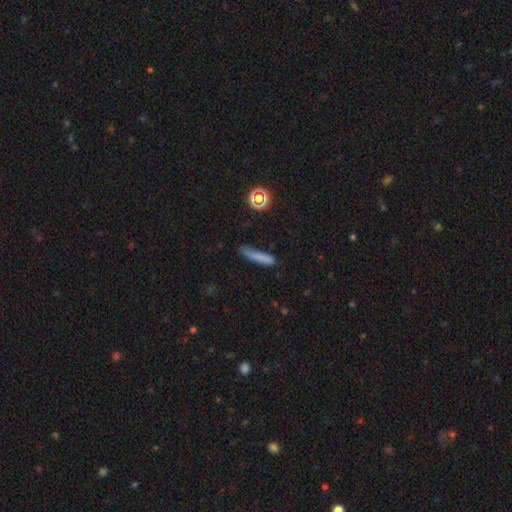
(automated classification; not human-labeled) Smooth or featured? Predicted: smooth (p=0.74). How rounded? Predicted: cigar-shaped (p=0.91). Merging? Predicted: none (p=0.74).